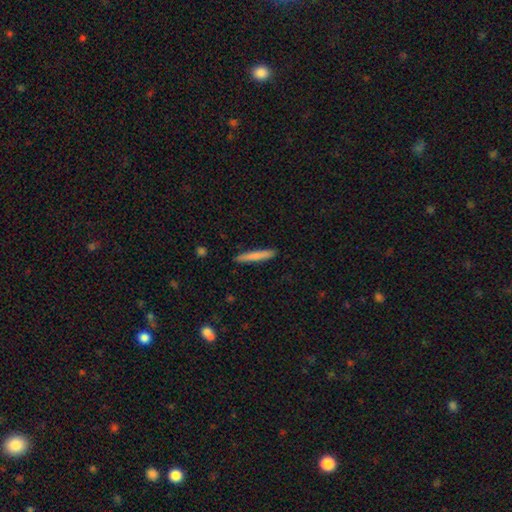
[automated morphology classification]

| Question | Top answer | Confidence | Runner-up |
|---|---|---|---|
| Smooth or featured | smooth | 78% | featured or disk (16%) |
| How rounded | cigar-shaped | 95% | in between (4%) |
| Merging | none | 91% | minor disturbance (7%) |